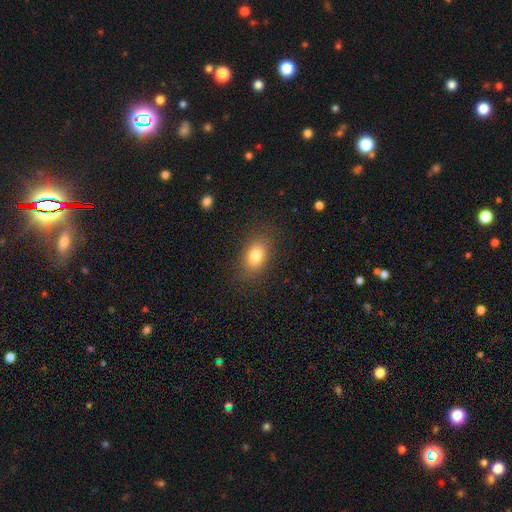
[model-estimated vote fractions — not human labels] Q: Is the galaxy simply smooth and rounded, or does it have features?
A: smooth — 79%.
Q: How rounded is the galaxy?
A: in between — 79%.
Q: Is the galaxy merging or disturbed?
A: none — 84%.